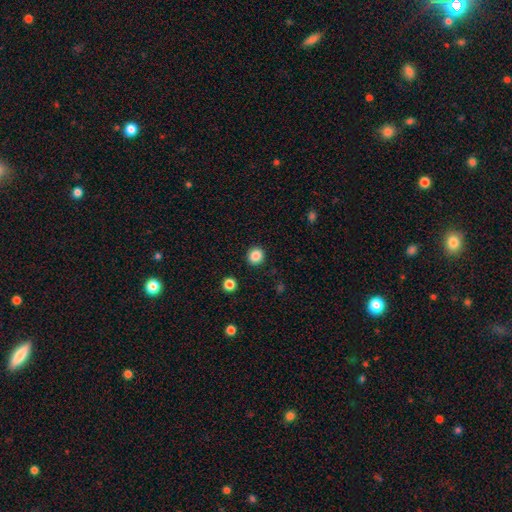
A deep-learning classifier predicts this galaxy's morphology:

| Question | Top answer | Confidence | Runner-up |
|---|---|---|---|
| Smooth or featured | smooth | 86% | star or artifact (10%) |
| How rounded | round | 84% | in between (15%) |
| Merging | none | 91% | minor disturbance (6%) |